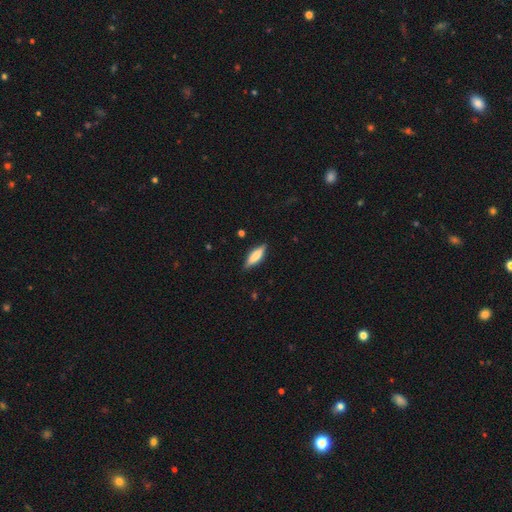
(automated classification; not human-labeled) smooth_or_featured: smooth (p=0.63) [alt: featured or disk p=0.30]
how_rounded: cigar-shaped (p=0.53) [alt: in between p=0.45]
merging: none (p=0.84) [alt: minor disturbance p=0.12]